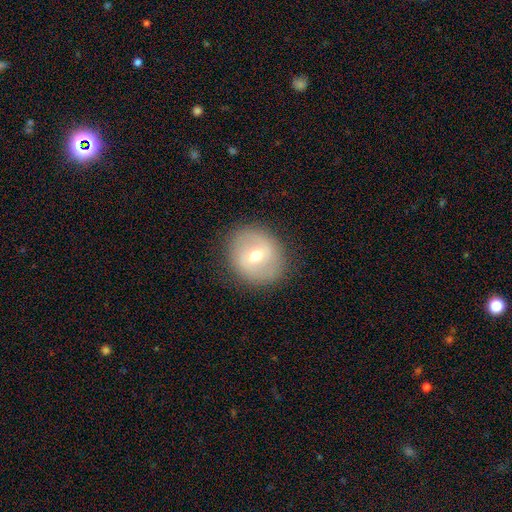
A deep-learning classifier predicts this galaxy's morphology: This appears to be a featured or disk galaxy (50%). Merging: none (85%).